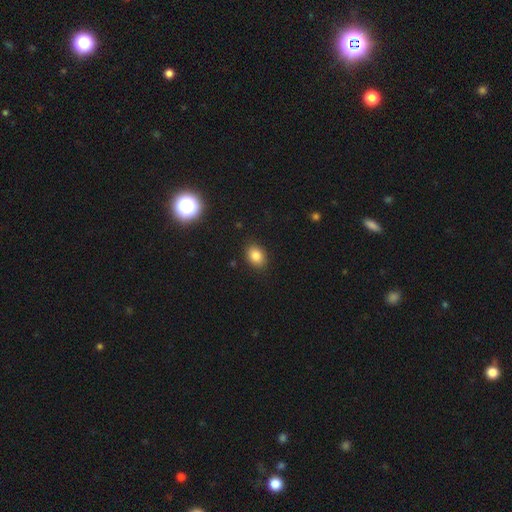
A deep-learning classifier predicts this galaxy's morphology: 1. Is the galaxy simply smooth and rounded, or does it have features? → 83% smooth, 10% star or artifact, 7% featured or disk.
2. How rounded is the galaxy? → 66% in between, 33% round, 1% cigar-shaped.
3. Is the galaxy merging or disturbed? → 88% none, 8% minor disturbance, 2% major disturbance, 1% merger.